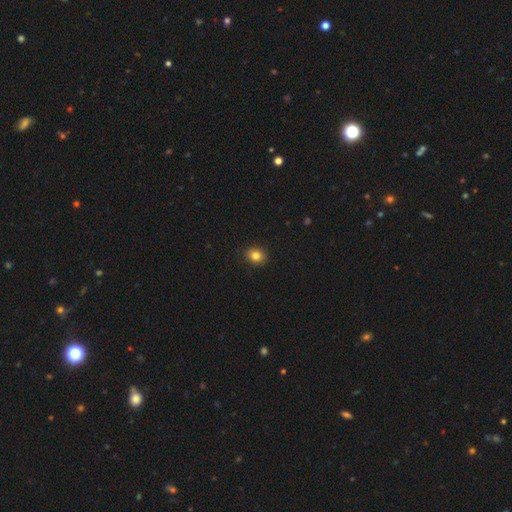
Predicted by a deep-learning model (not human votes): smooth_or_featured: smooth (p=0.83) [alt: star or artifact p=0.11]
how_rounded: round (p=0.67) [alt: in between p=0.32]
merging: none (p=0.91) [alt: minor disturbance p=0.07]